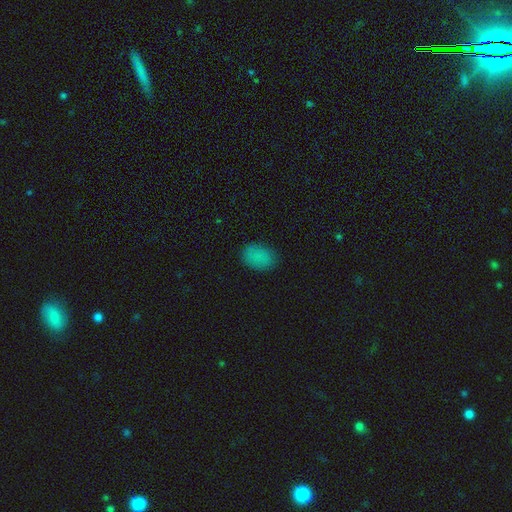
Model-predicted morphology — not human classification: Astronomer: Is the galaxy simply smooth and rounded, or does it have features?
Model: smooth — 83%.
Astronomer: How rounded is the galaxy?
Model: in between — 85%.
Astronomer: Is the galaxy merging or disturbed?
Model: none — 83%.